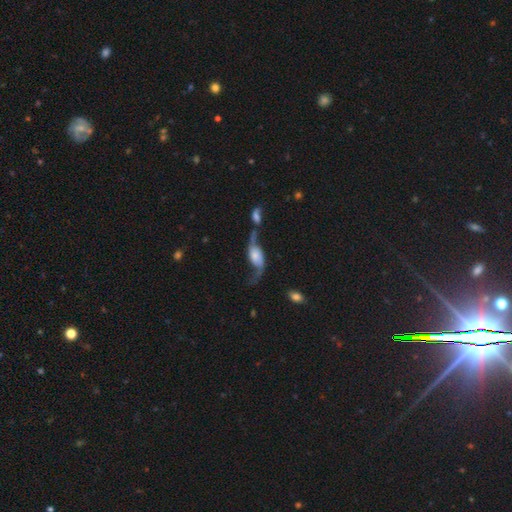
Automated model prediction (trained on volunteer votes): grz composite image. It shows a featured or disk galaxy (75%) with no bar (60%), 2 (89%) loose (89%) spiral arms (92%) and a large central bulge (26%). Merging: merger (35%).